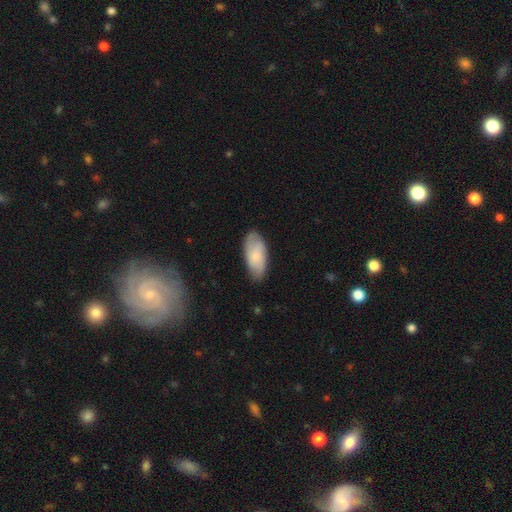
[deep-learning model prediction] Smooth or featured? Predicted: smooth (p=0.70). How rounded? Predicted: in between (p=0.91). Merging? Predicted: none (p=0.78).